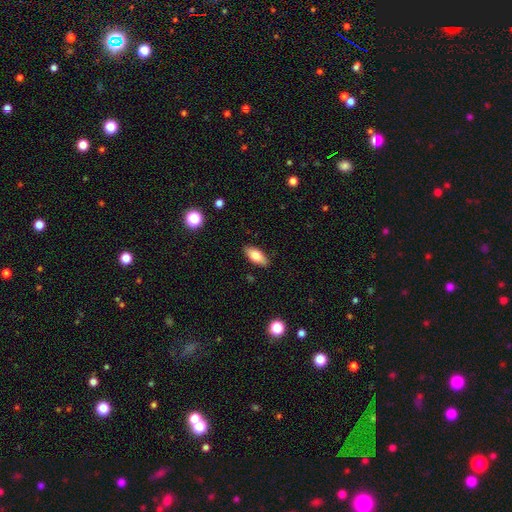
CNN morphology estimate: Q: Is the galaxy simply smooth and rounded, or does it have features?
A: smooth — 76%.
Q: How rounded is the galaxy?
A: in between — 84%.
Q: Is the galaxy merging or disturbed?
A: none — 88%.